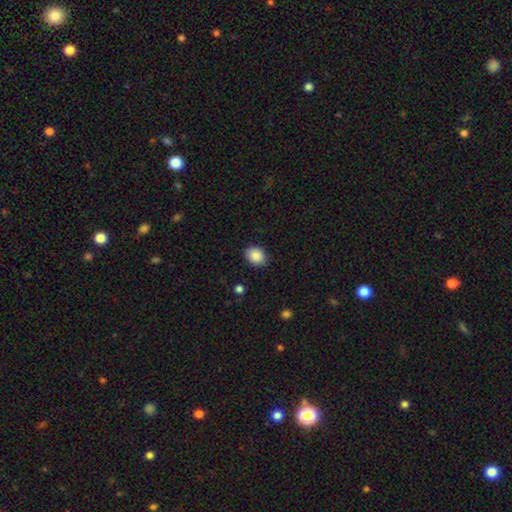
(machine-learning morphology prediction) smooth-or-featured: smooth: 88% | star or artifact: 8% | featured or disk: 4%
  how-rounded: in between: 55% | round: 45% | cigar-shaped: 1%
  merging: none: 88% | minor disturbance: 9% | major disturbance: 2% | merger: 1%